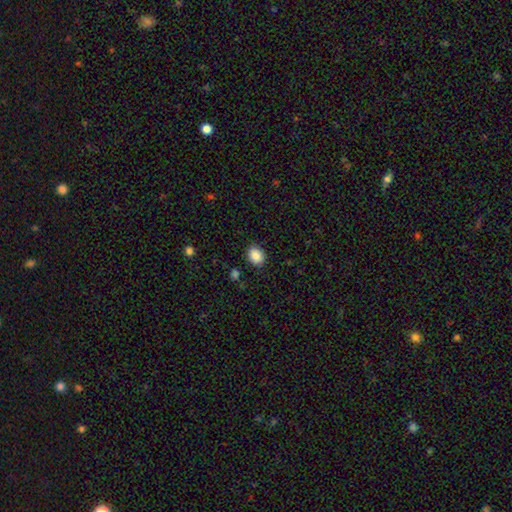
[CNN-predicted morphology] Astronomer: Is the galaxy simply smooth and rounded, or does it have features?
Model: smooth — 89%.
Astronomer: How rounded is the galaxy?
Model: in between — 60% (runner-up: round, 39%).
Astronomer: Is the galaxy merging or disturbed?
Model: none — 84%.